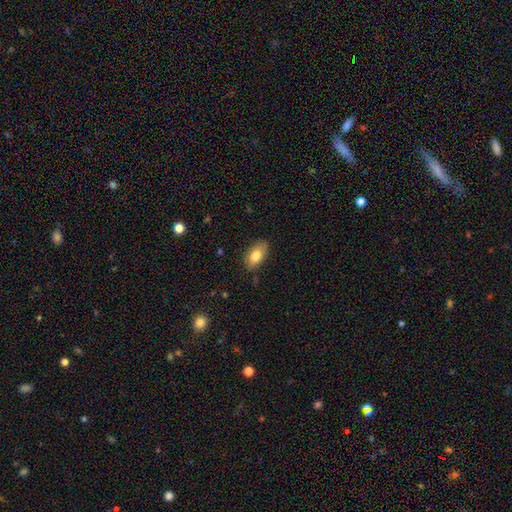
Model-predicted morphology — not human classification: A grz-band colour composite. It shows a smooth galaxy with no disk features (80%) that is in between round and cigar-shaped (90%). Merging: none (81%).